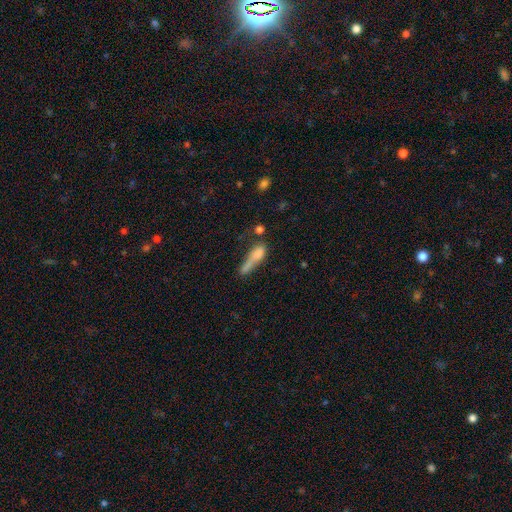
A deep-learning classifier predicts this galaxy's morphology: Smooth or featured? Predicted: smooth (p=0.68). How rounded? Predicted: cigar-shaped (p=0.62). Merging? Predicted: none (p=0.28).